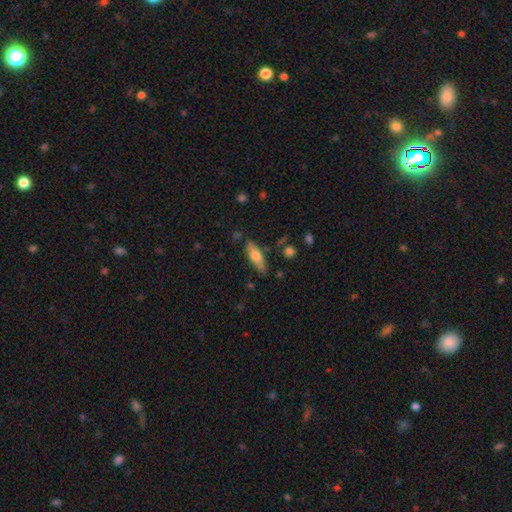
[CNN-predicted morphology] This is likely a smooth galaxy (63%). How rounded: possibly in between (57%). Merging: likely none (79%).